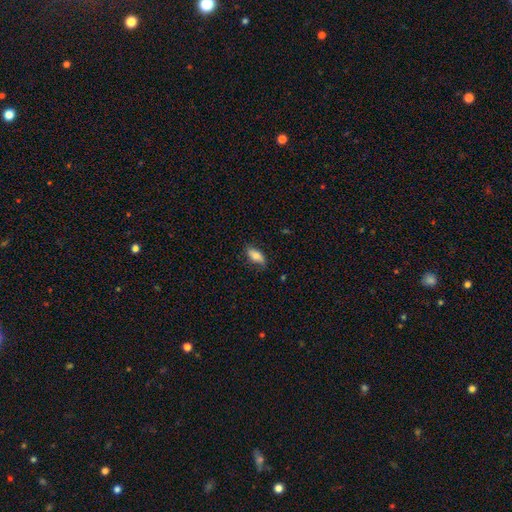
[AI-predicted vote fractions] Morphology: type=smooth (70%); roundness=in between (83%); merging=none (75%).